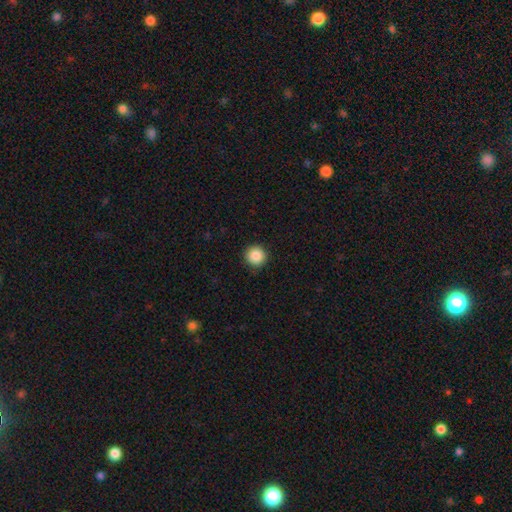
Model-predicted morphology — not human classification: smooth-or-featured: smooth: 87% | star or artifact: 9% | featured or disk: 4%
  how-rounded: round: 96% | in between: 3% | cigar-shaped: 1%
  merging: none: 92% | minor disturbance: 6% | major disturbance: 2% | merger: 1%